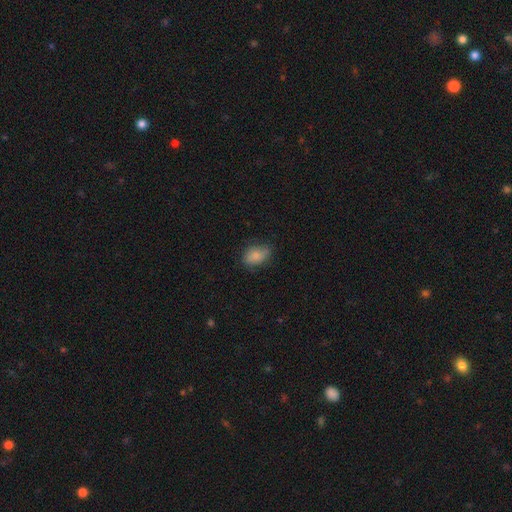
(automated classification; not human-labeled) smooth-or-featured: smooth: 83% | featured or disk: 9% | star or artifact: 8%
  how-rounded: in between: 84% | round: 14% | cigar-shaped: 2%
  merging: none: 67% | minor disturbance: 25% | major disturbance: 6% | merger: 2%